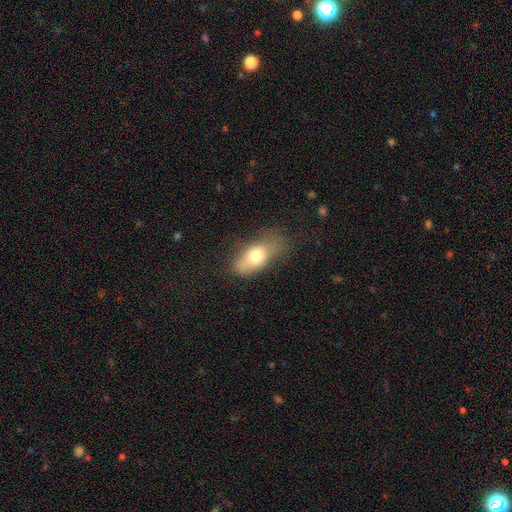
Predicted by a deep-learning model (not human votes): Overall: smooth (71%). How rounded: in between (83%). Merging: none (50%; minor disturbance 31%).